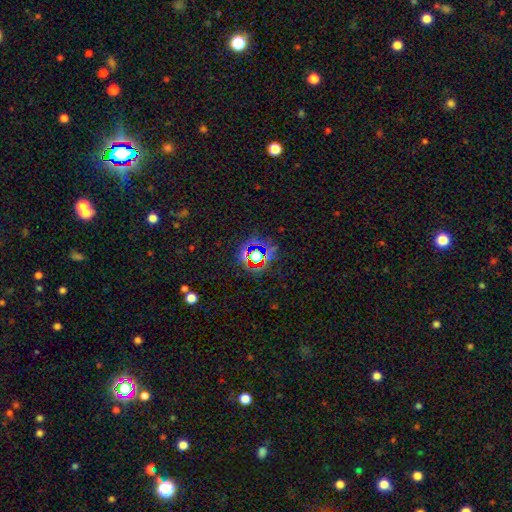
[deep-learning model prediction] Smooth or featured? Predicted: star or artifact (p=0.69).